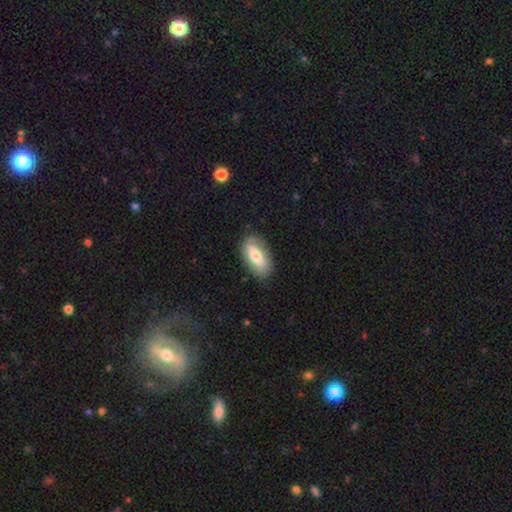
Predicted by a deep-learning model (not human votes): Overall: smooth (62%; featured or disk 32%). How rounded: in between (89%). Merging: none (82%).